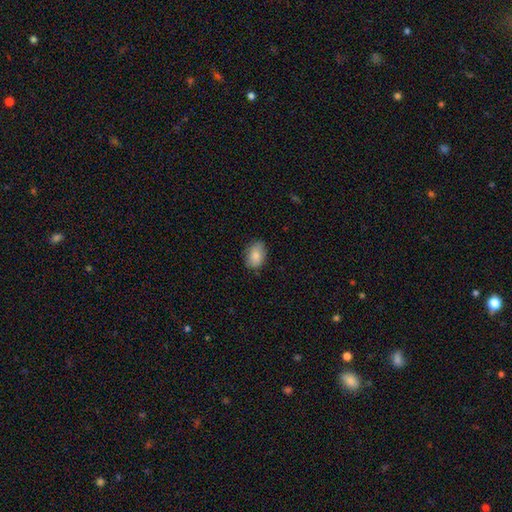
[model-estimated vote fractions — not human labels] Smooth or featured? smooth (84%)
How rounded? in between (84%)
Merging? none (79%)